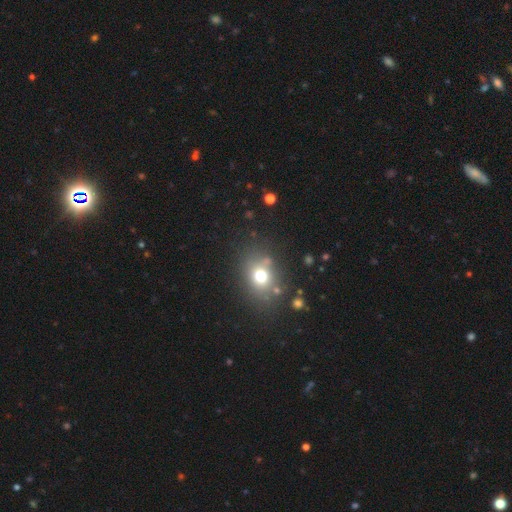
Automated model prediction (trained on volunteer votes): smooth 60%, star or artifact 27%, featured or disk 13%. Down the decision tree: how rounded — round (51%); merging — none (80%).